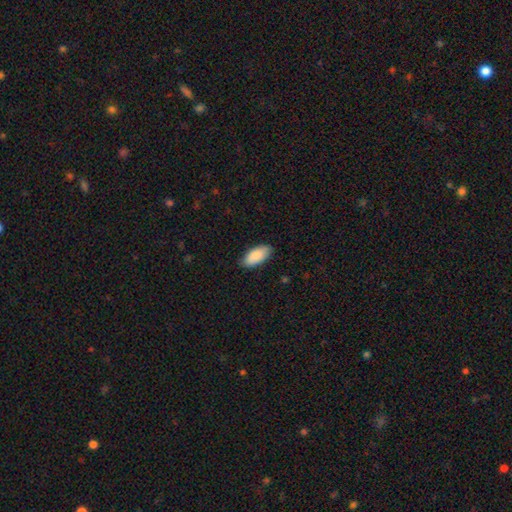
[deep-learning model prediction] Morphology: type=smooth (88%); roundness=in between (92%); merging=none (85%).